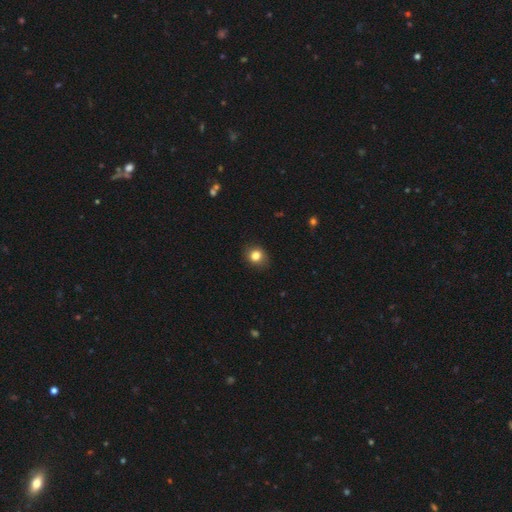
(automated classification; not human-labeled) Smooth or featured?
  - smooth: 83% *
  - star or artifact: 11%
  - featured or disk: 7%
How rounded?
  - round: 71% *
  - in between: 28%
  - cigar-shaped: 1%
Merging?
  - none: 86% *
  - minor disturbance: 11%
  - major disturbance: 2%
  - merger: 1%